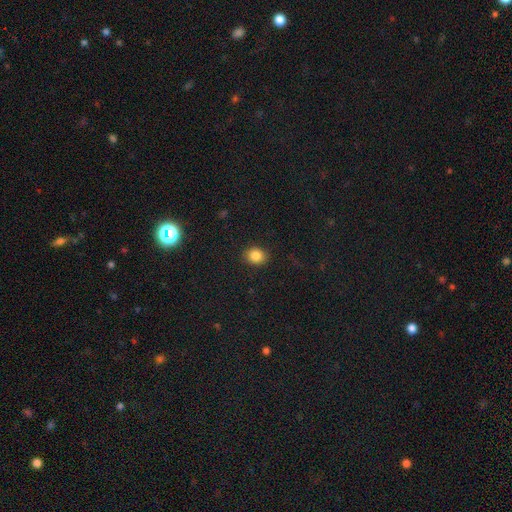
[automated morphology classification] The model was most divided on "how rounded": round: 64%, in between: 35%, cigar-shaped: 1%. More confident: merging — none (88%); smooth or featured — smooth (85%).